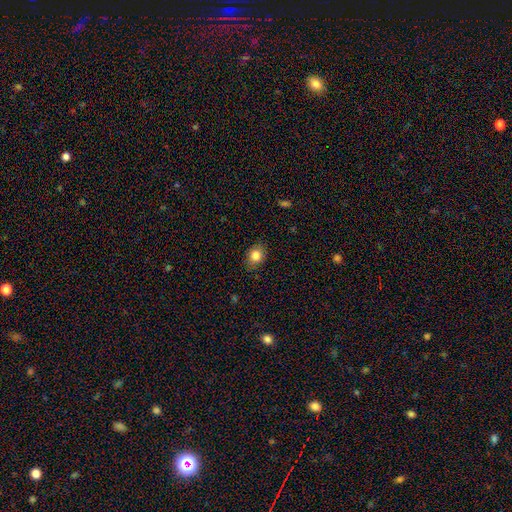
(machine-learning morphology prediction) type=smooth (83%); roundness=round (54%); merging=none (84%).